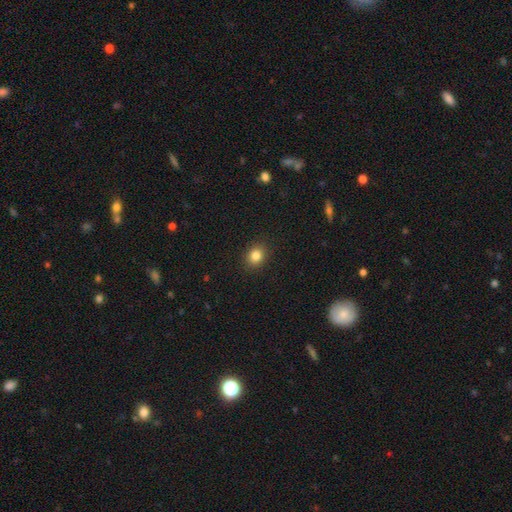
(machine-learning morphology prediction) This is clearly a smooth galaxy (84%). How rounded: likely round (61%). Merging: clearly none (90%).